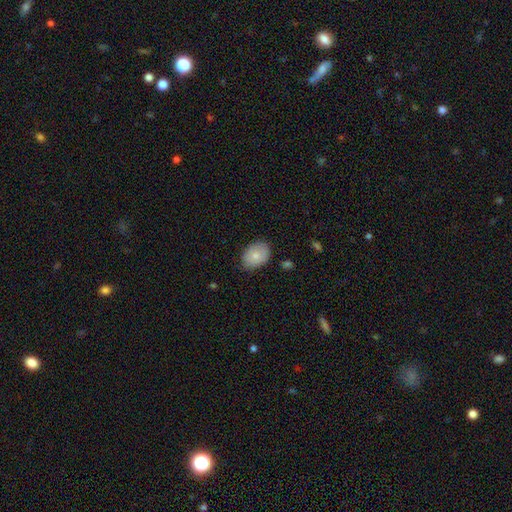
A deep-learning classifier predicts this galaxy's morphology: A smooth galaxy with no disk features (80%) that is in between round and cigar-shaped (79%). Merging: none (78%).